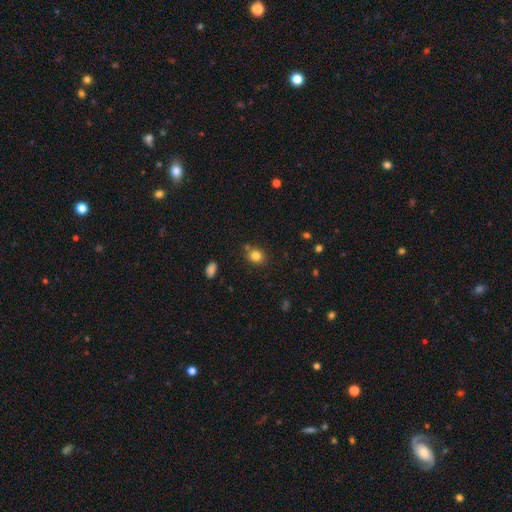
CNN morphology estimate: Smooth or featured?
  - smooth: 82% *
  - star or artifact: 12%
  - featured or disk: 6%
How rounded?
  - round: 66% *
  - in between: 33%
  - cigar-shaped: 1%
Merging?
  - none: 78% *
  - minor disturbance: 12%
  - merger: 7%
  - major disturbance: 3%